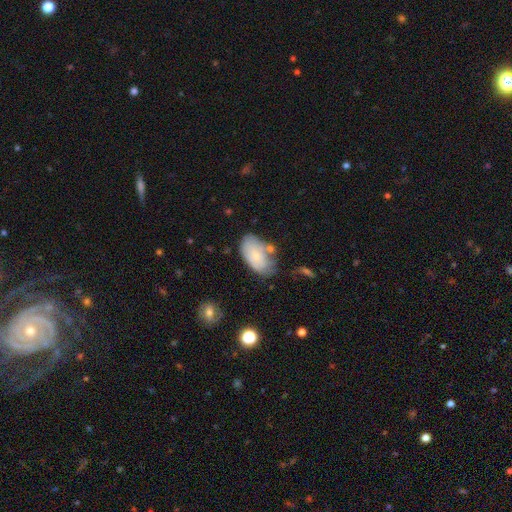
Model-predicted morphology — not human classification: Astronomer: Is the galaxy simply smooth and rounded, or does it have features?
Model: smooth — 71%.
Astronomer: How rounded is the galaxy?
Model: in between — 94%.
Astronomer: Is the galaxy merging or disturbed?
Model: none — 50% (runner-up: minor disturbance, 29%).